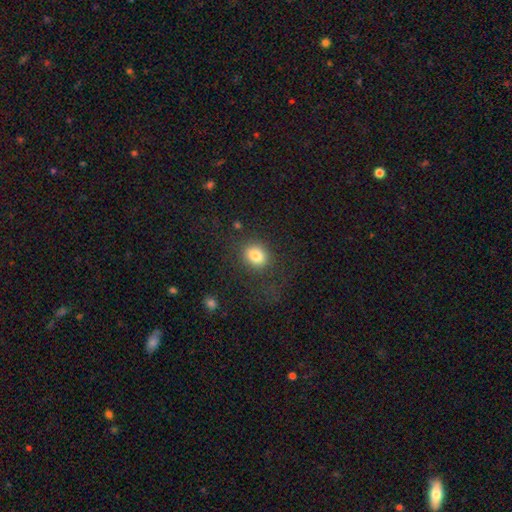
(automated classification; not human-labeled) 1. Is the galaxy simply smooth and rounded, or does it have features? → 82% smooth, 10% star or artifact, 7% featured or disk.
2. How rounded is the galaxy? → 56% round, 43% in between, 1% cigar-shaped.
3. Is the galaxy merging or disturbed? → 76% none, 13% minor disturbance, 9% major disturbance, 2% merger.